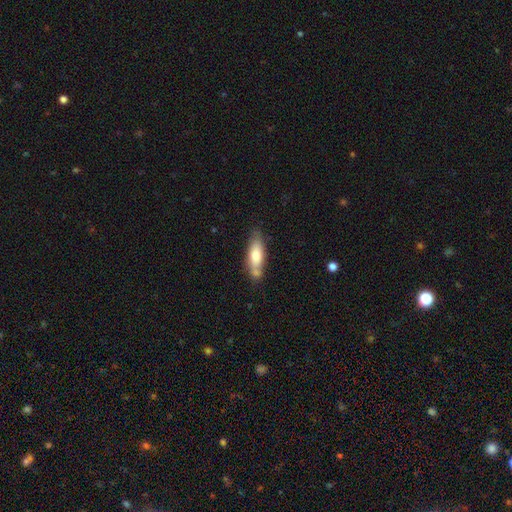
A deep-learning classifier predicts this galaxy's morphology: This appears to be a smooth galaxy with no disk features (70%) that is in between round and cigar-shaped (54%). Merging: none (62%).